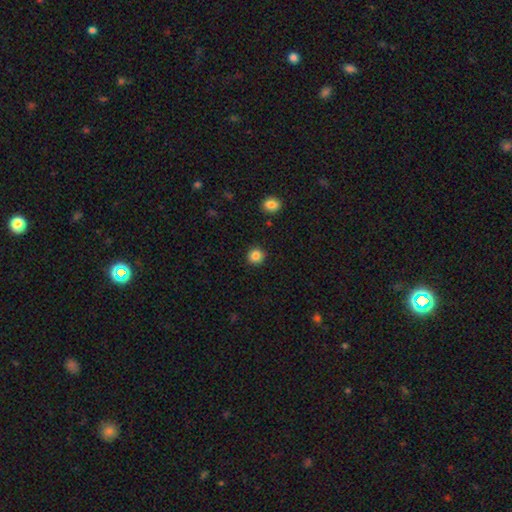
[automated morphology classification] smooth 85%, star or artifact 10%, featured or disk 4%. Down the decision tree: how rounded — round (91%); merging — none (91%).